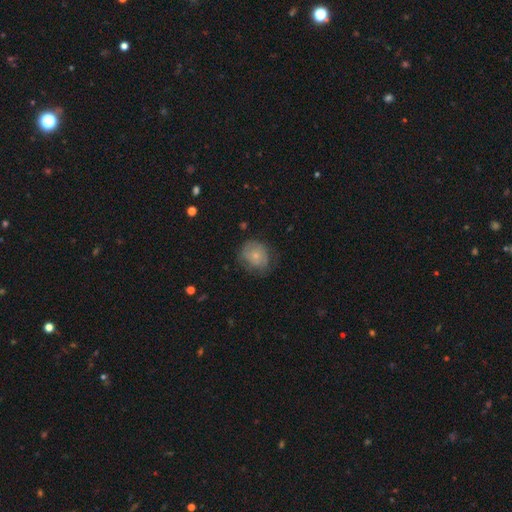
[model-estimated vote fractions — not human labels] smooth-or-featured: smooth: 60% | featured or disk: 32% | star or artifact: 8%
  how-rounded: round: 73% | in between: 26% | cigar-shaped: 1%
  merging: none: 63% | minor disturbance: 25% | major disturbance: 10% | merger: 1%